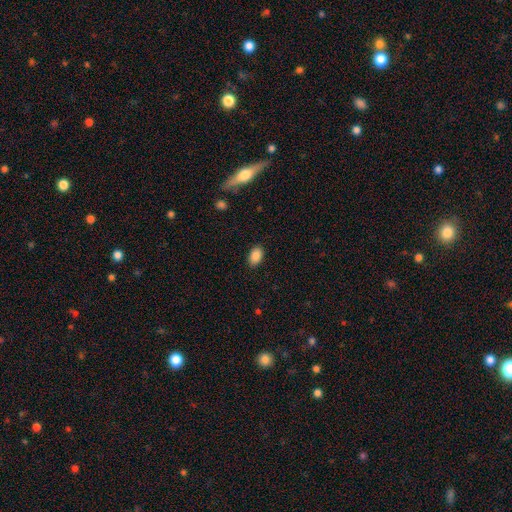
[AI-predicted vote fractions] The model was most divided on "how rounded": in between: 88%, round: 11%, cigar-shaped: 1%. More confident: merging — none (88%); smooth or featured — smooth (87%).